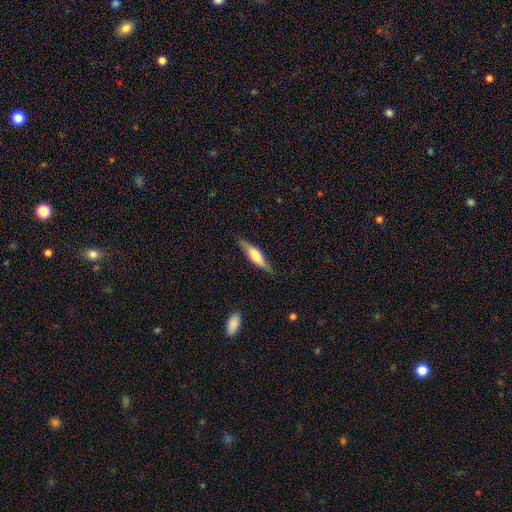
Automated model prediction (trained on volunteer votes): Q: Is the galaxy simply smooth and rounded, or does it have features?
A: smooth — 53%.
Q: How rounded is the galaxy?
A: cigar-shaped — 67%.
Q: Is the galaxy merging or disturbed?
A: none — 79%.